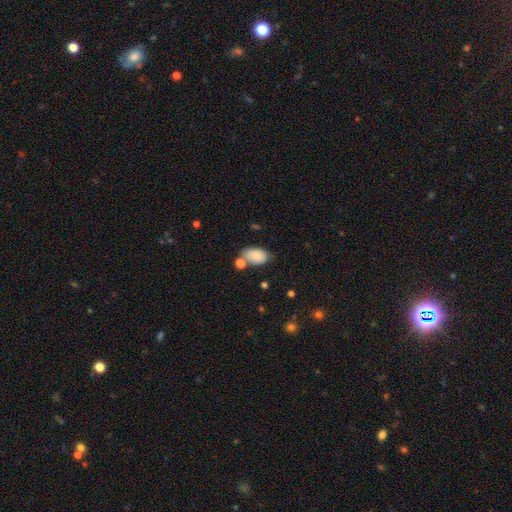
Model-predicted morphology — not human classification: Smooth or featured?
  - smooth: 83% *
  - featured or disk: 9%
  - star or artifact: 7%
How rounded?
  - in between: 92% *
  - round: 6%
  - cigar-shaped: 1%
Merging?
  - none: 60% *
  - minor disturbance: 18%
  - merger: 17%
  - major disturbance: 5%